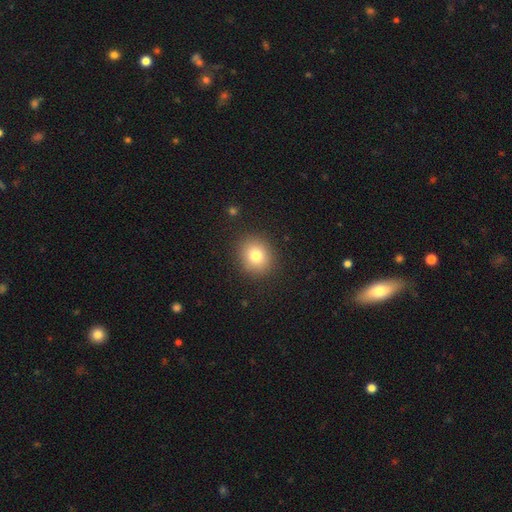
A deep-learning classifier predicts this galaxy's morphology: A smooth galaxy with no disk features (79%) that is round (79%). Merging: none (89%).